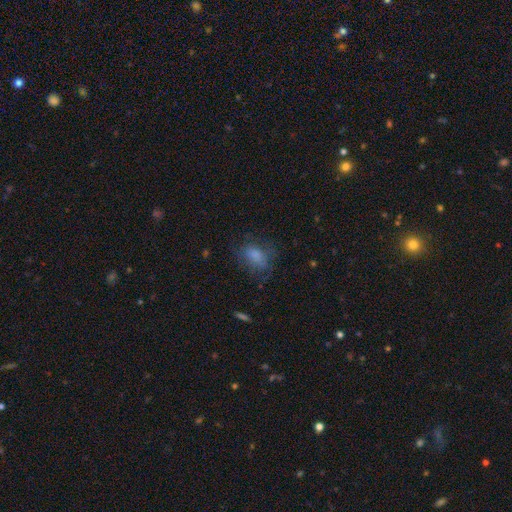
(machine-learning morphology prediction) type=smooth (74%); roundness=in between (80%); merging=none (58%).